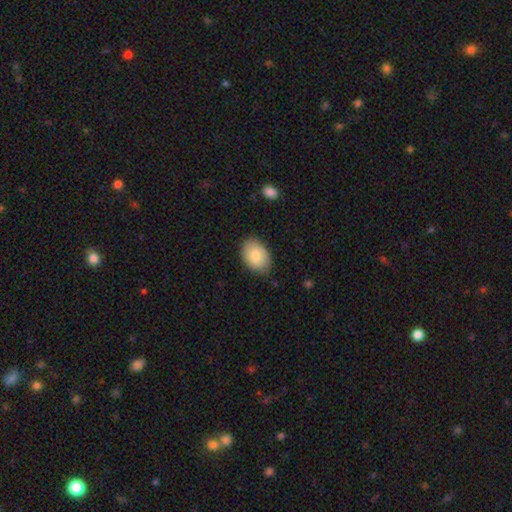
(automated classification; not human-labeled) The model was most divided on "merging": none: 80%, minor disturbance: 15%, major disturbance: 3%, merger: 1%. More confident: how rounded — in between (85%); smooth or featured — smooth (82%).